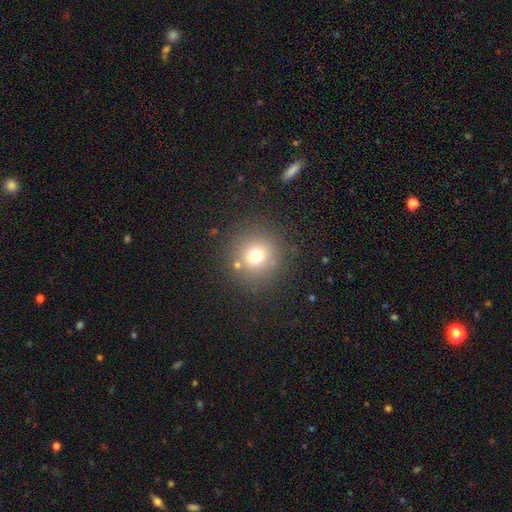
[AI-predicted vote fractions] This appears to be a smooth galaxy with no disk features (72%) that is round (94%). Merging: none (83%).